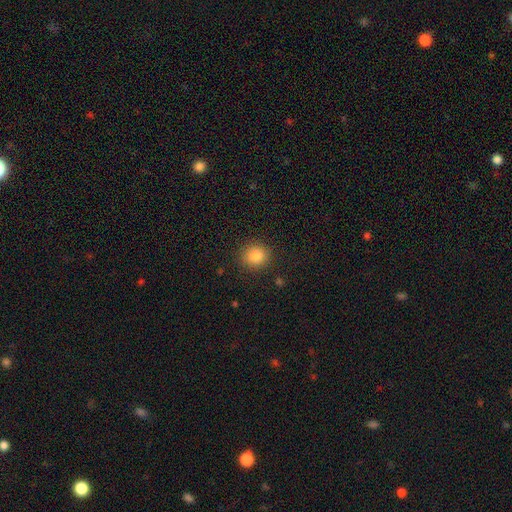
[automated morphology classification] A smooth galaxy with no disk features (85%) that is round (84%). Merging: none (89%).